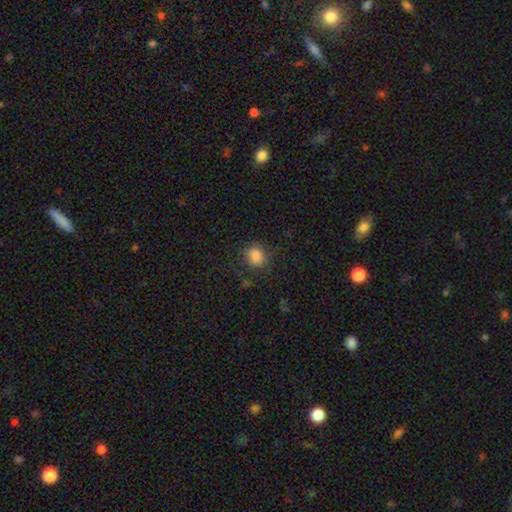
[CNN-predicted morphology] smooth-or-featured: smooth: 85% | star or artifact: 11% | featured or disk: 4%
  how-rounded: round: 67% | in between: 32% | cigar-shaped: 1%
  merging: none: 78% | minor disturbance: 14% | major disturbance: 6% | merger: 2%